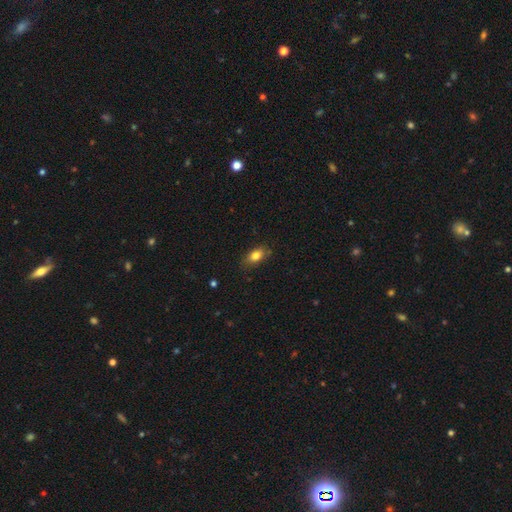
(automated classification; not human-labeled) This appears to be a smooth galaxy with no disk features (79%) that is in between round and cigar-shaped (82%). Merging: none (76%).